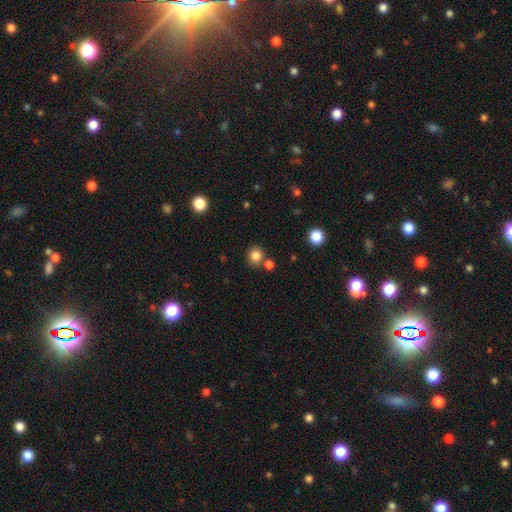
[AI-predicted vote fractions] smooth-or-featured: smooth: 83% | star or artifact: 12% | featured or disk: 5%
  how-rounded: round: 86% | in between: 13% | cigar-shaped: 1%
  merging: none: 76% | merger: 13% | minor disturbance: 8% | major disturbance: 3%